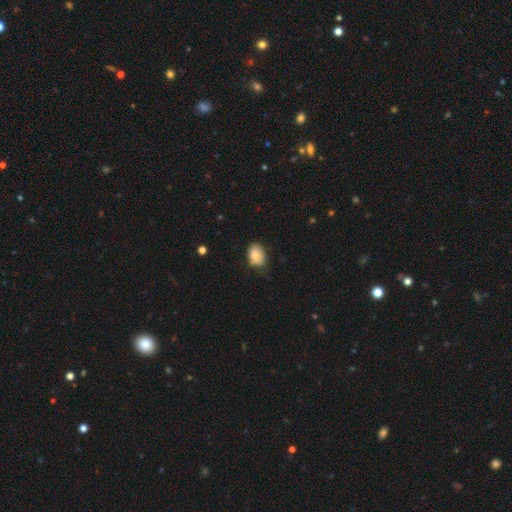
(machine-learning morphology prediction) Smooth or featured: smooth — 85% (star or artifact — 8%)
How rounded: in between — 79% (round — 20%)
Merging: none — 63% (minor disturbance — 30%)